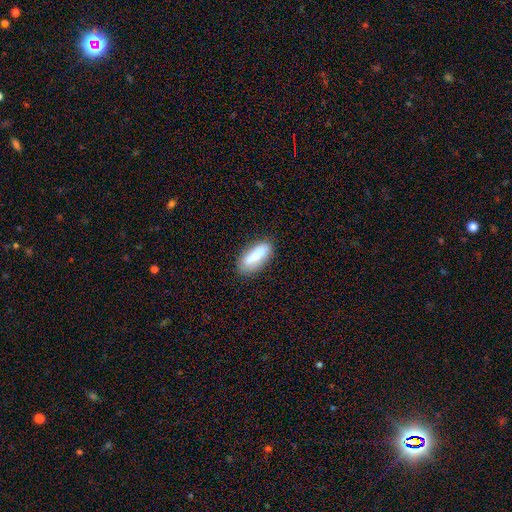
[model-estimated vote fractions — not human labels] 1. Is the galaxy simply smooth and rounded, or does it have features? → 80% smooth, 13% featured or disk, 7% star or artifact.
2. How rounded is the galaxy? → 62% in between, 36% cigar-shaped, 2% round.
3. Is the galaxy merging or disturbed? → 81% none, 14% minor disturbance, 3% major disturbance, 2% merger.